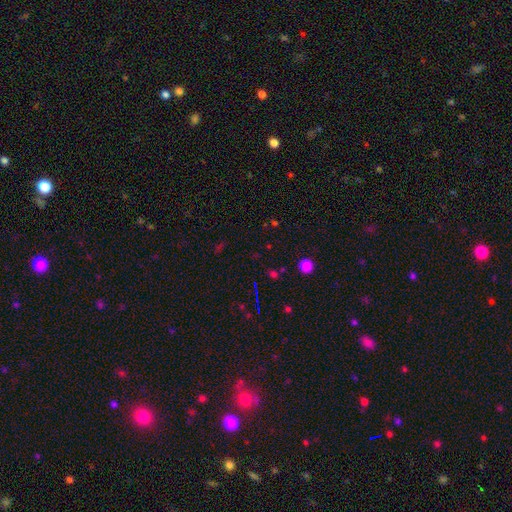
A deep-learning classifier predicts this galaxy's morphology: star or artifact 60%, smooth 32%, featured or disk 8%.